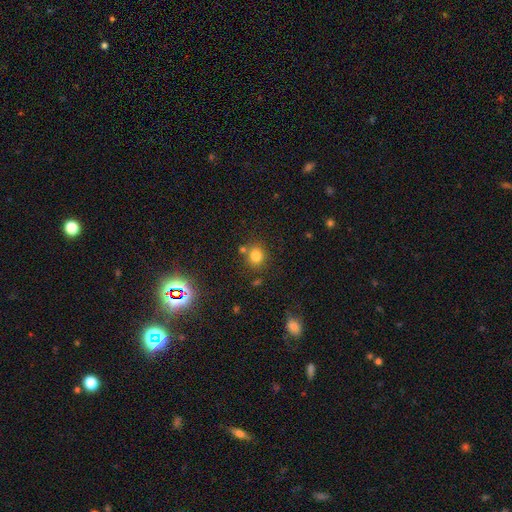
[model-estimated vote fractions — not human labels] Smooth or featured?
  - smooth: 79% *
  - star or artifact: 14%
  - featured or disk: 7%
How rounded?
  - round: 80% *
  - in between: 20%
  - cigar-shaped: 1%
Merging?
  - none: 74% *
  - merger: 13%
  - minor disturbance: 10%
  - major disturbance: 3%